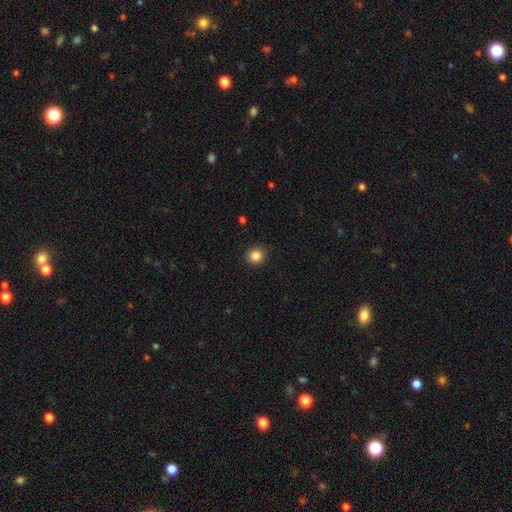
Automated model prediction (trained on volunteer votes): Smooth or featured? Predicted: smooth (p=0.85). How rounded? Predicted: round (p=0.84). Merging? Predicted: none (p=0.90).